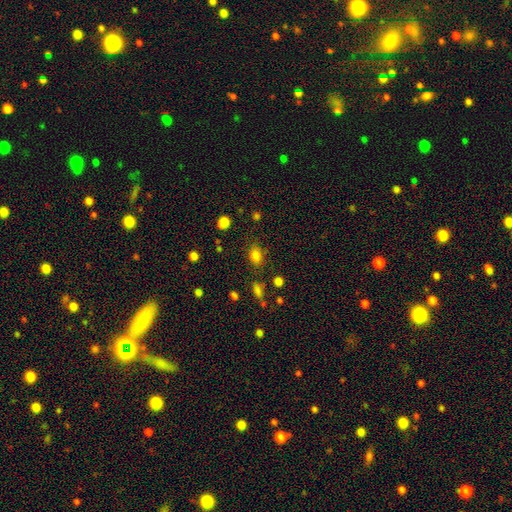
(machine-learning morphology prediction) Smooth or featured? smooth (81%)
How rounded? in between (68%)
Merging? none (79%)